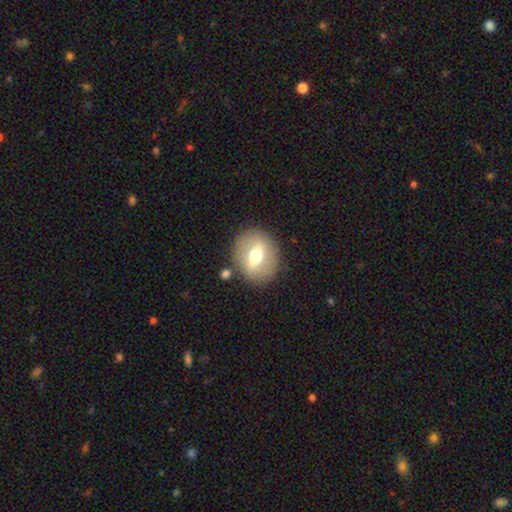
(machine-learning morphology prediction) A featured or disk galaxy (48%). Merging: none (84%).